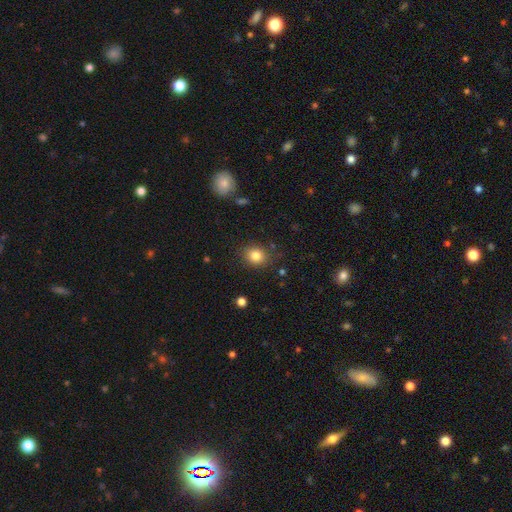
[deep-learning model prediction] Smooth or featured? Predicted: smooth (p=0.83). How rounded? Predicted: round (p=0.70). Merging? Predicted: none (p=0.84).